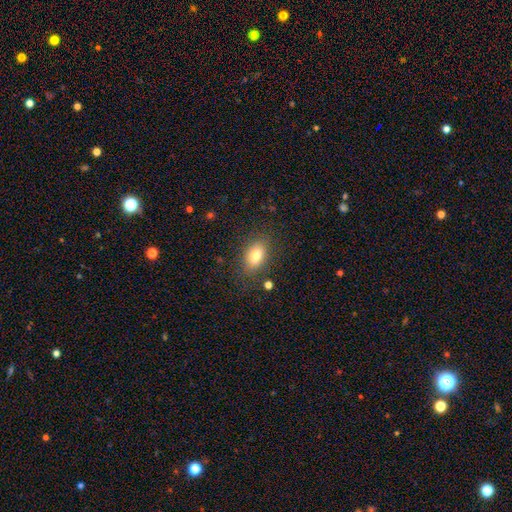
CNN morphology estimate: Smooth or featured? smooth (77%)
How rounded? in between (86%)
Merging? none (81%)